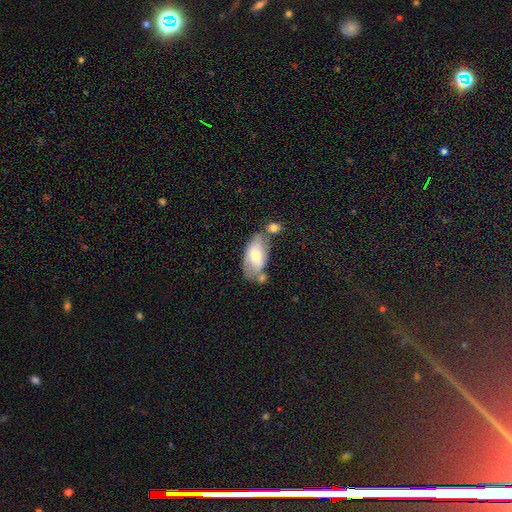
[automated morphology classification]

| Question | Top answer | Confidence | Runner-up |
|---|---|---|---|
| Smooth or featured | smooth | 59% | featured or disk (34%) |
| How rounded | in between | 92% | cigar-shaped (4%) |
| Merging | none | 43% | merger (25%) |